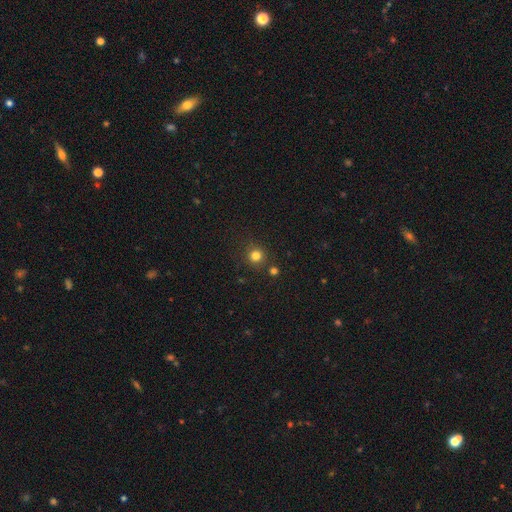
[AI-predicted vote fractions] smooth 79%, star or artifact 16%, featured or disk 5%. Down the decision tree: how rounded — round (93%); merging — none (83%).